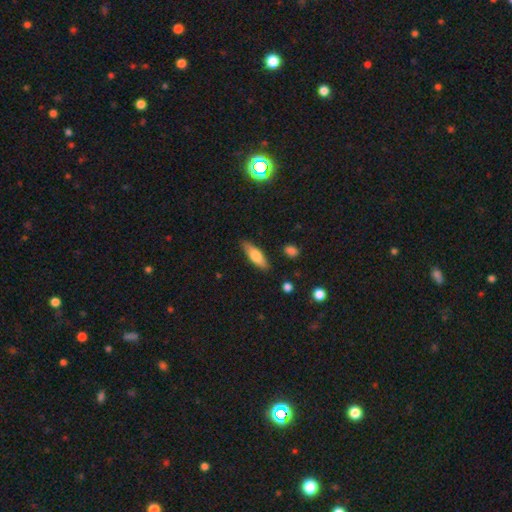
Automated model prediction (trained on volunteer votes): smooth 71%, featured or disk 23%, star or artifact 6%. Down the decision tree: how rounded — in between (49%, tied with cigar-shaped); merging — none (85%).